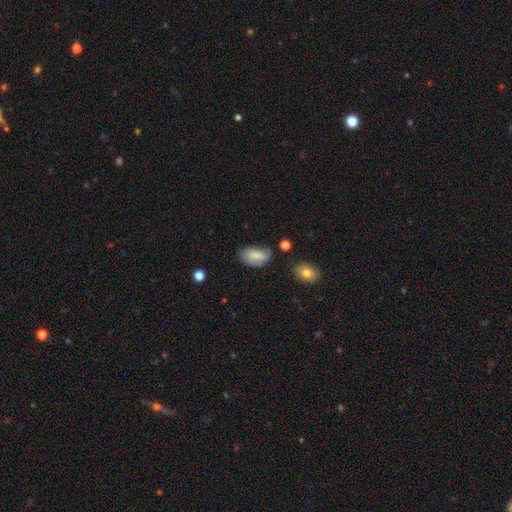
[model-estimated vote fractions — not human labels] smooth 78%, featured or disk 14%, star or artifact 8%. Down the decision tree: how rounded — in between (92%); merging — none (54%).